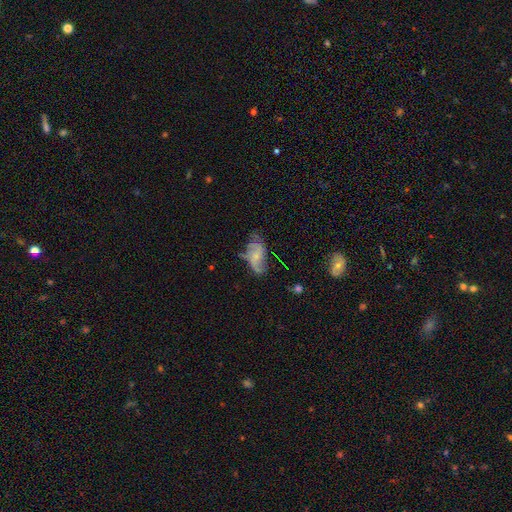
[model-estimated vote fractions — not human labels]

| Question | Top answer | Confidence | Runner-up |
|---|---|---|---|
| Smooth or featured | featured or disk | 66% | smooth (25%) |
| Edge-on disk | no | 96% | yes (4%) |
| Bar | no | 63% | weak (30%) |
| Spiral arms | yes | 84% | no (16%) |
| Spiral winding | loose | 51% | medium (35%) |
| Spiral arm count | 2 | 54% | can't tell (20%) |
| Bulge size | small | 62% | none (18%) |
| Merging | none | 45% | minor disturbance (28%) |